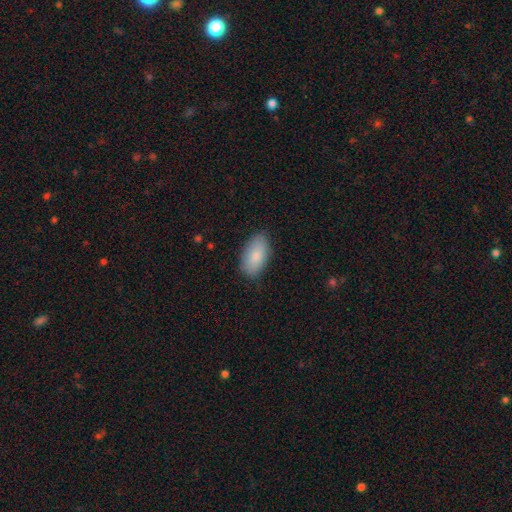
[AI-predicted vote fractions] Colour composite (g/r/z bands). It shows a smooth galaxy with no disk features (86%) that is in between round and cigar-shaped (95%). Merging: none (84%).